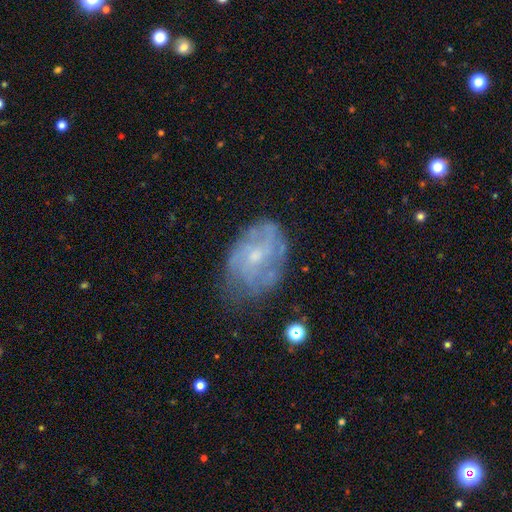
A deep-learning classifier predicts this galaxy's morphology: Smooth or featured? Predicted: featured or disk (p=0.69). Edge-on disk? Predicted: no (p=0.97). Bar? Predicted: no (p=0.67). Spiral arms? Predicted: yes (p=0.71). Bulge size? Predicted: small (p=0.64). Merging? Predicted: none (p=0.59).